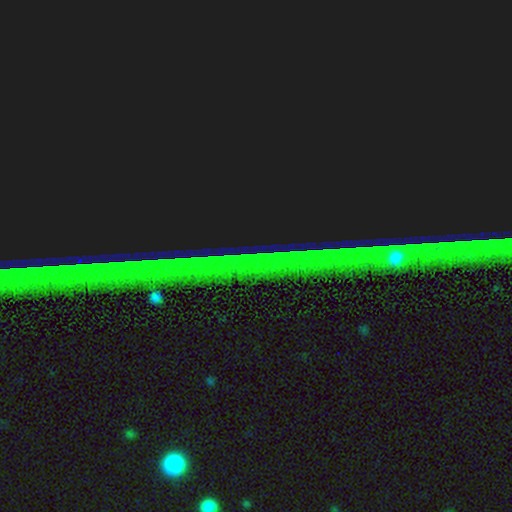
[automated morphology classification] Smooth or featured? star or artifact (84%)